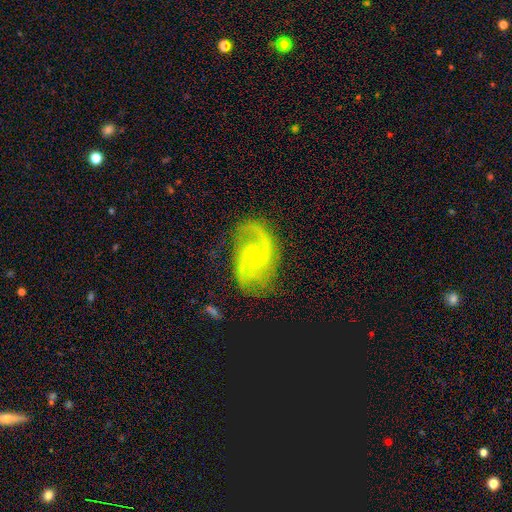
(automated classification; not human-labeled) Smooth or featured? Predicted: featured or disk (p=0.91). Edge-on disk? Predicted: no (p=0.98). Bar? Predicted: no (p=0.59). Spiral arms? Predicted: yes (p=0.98). Spiral winding? Predicted: medium (p=0.56). Spiral arm count? Predicted: 2 (p=0.85). Bulge size? Predicted: small (p=0.74). Merging? Predicted: none (p=0.72).